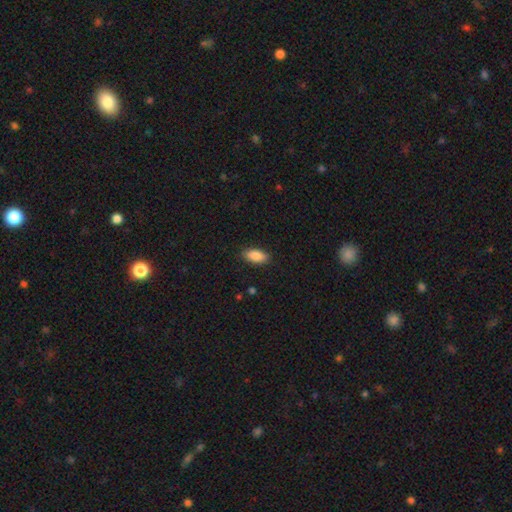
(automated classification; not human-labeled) smooth_or_featured: smooth (p=0.88) [alt: star or artifact p=0.07]
how_rounded: in between (p=0.90) [alt: cigar-shaped p=0.08]
merging: none (p=0.88) [alt: minor disturbance p=0.09]